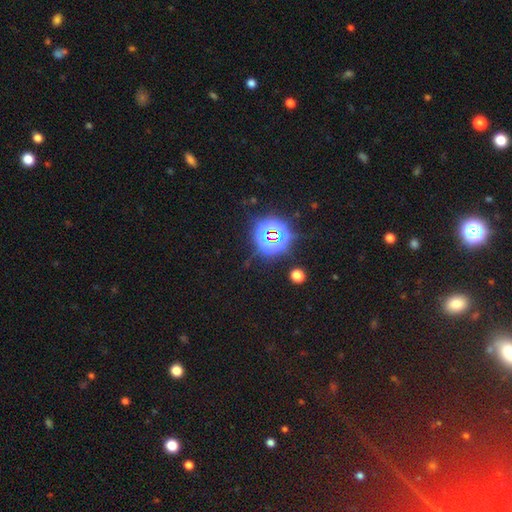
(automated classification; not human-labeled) A star or artifact, not a galaxy (83%).